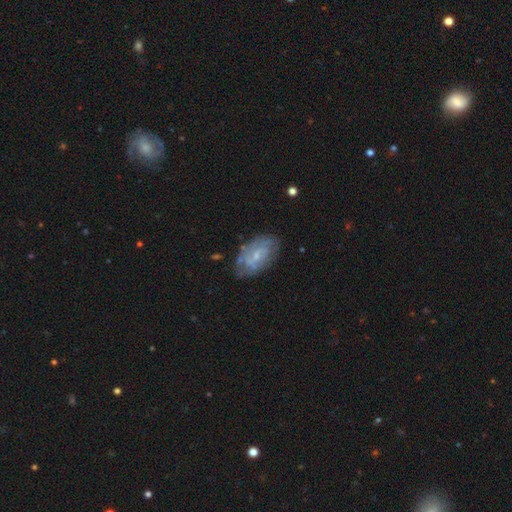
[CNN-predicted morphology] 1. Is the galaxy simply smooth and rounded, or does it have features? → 62% featured or disk, 30% smooth, 7% star or artifact.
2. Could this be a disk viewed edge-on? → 95% no, 5% yes.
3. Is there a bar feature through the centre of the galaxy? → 52% no, 40% weak, 8% strong.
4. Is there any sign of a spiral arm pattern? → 61% yes, 39% no.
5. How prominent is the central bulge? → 64% small, 24% moderate, 9% none, 1% large, 1% dominant.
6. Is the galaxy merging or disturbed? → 67% none, 22% minor disturbance, 8% major disturbance, 3% merger.